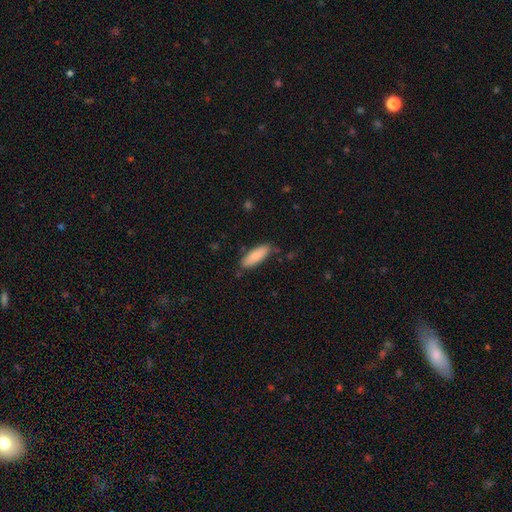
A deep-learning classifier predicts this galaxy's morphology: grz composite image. It shows a smooth galaxy with no disk features (86%) that is in between round and cigar-shaped (59%). Merging: none (79%).